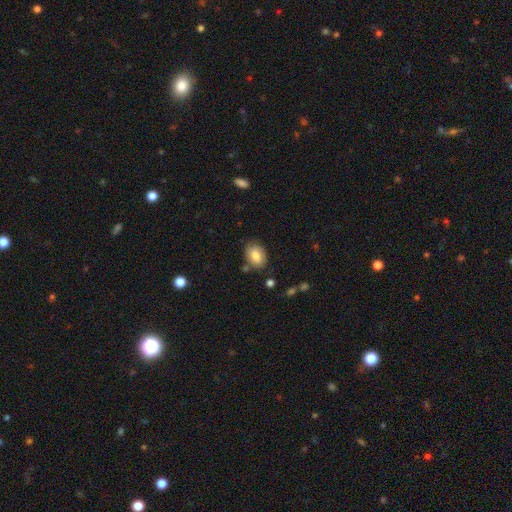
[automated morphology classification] Smooth or featured?
  - smooth: 80% *
  - featured or disk: 12%
  - star or artifact: 8%
How rounded?
  - in between: 80% *
  - round: 19%
  - cigar-shaped: 1%
Merging?
  - none: 76% *
  - minor disturbance: 16%
  - merger: 4%
  - major disturbance: 4%